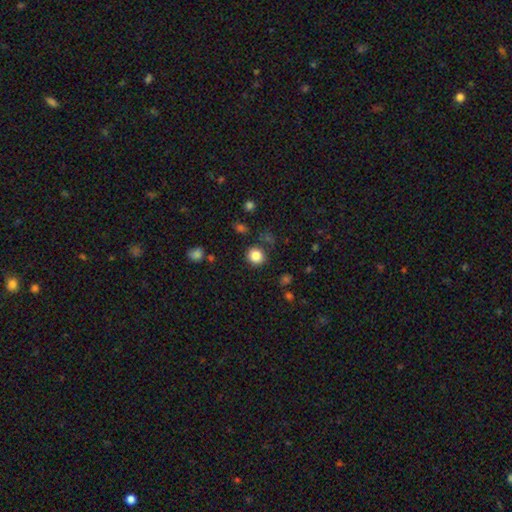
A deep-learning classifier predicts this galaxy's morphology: The model was most divided on "smooth or featured": smooth: 84%, star or artifact: 11%, featured or disk: 5%. More confident: how rounded — round (89%); merging — none (85%).